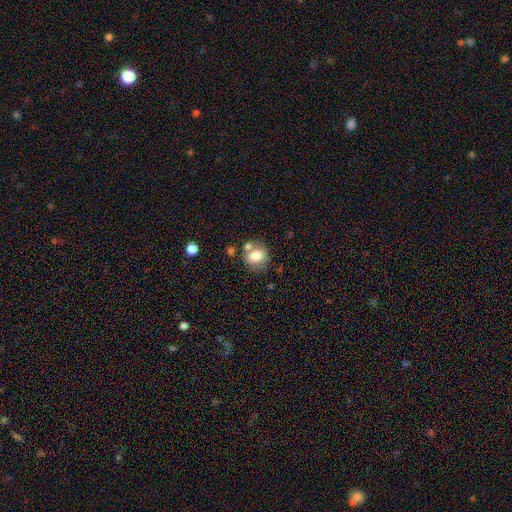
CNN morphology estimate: Overall: smooth (75%). How rounded: round (62%; in between 37%). Merging: none (60%).